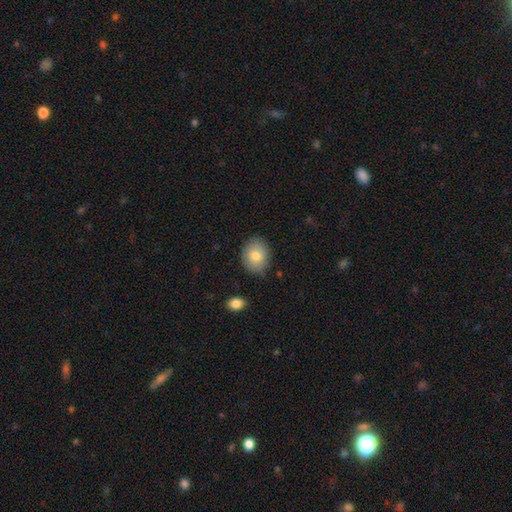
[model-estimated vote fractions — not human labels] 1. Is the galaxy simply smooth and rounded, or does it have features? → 80% smooth, 13% featured or disk, 8% star or artifact.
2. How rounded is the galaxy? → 54% in between, 45% round, 1% cigar-shaped.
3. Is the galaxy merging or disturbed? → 83% none, 13% minor disturbance, 3% major disturbance, 2% merger.